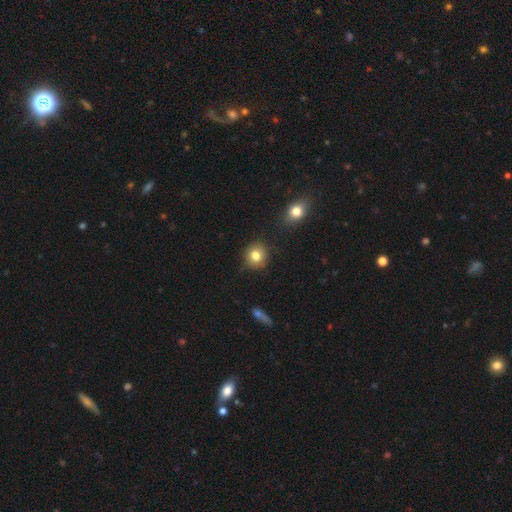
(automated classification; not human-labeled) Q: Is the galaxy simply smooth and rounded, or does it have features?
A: smooth — 82%.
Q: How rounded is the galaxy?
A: round — 85%.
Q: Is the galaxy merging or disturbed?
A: none — 82%.